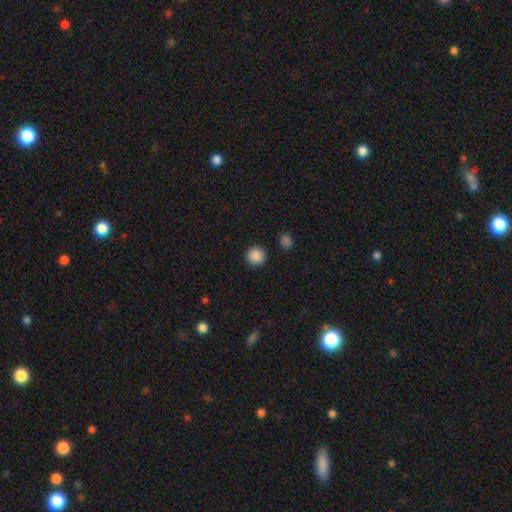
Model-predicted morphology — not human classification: A smooth galaxy with no disk features (88%) that is round (95%). Merging: none (92%).